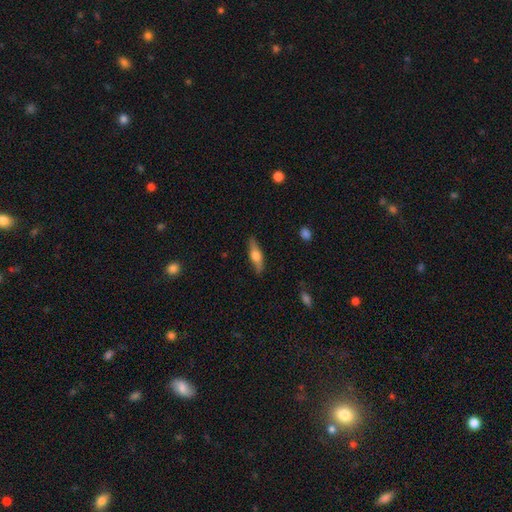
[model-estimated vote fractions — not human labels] smooth 48%, featured or disk 46%, star or artifact 6%. Down the decision tree: merging — none (86%).